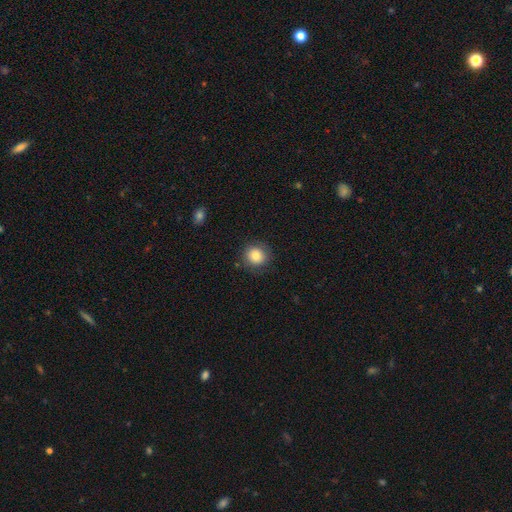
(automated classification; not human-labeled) Smooth or featured? smooth (80%)
How rounded? round (88%)
Merging? none (85%)